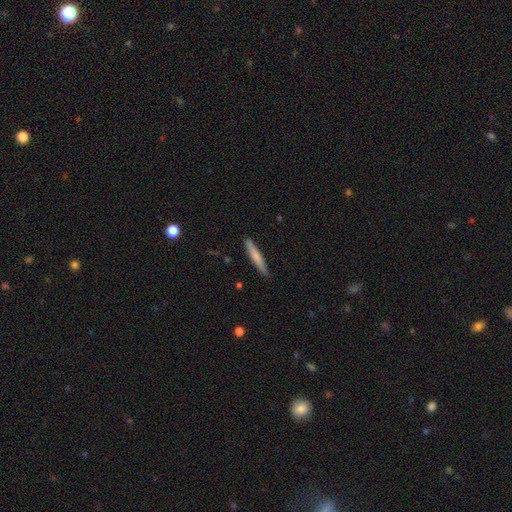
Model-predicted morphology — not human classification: A smooth galaxy with no disk features (70%) that is cigar-shaped (94%).

Vote fractions:
- Smooth or featured? smooth: 70% / featured or disk: 25% / star or artifact: 5%
- How rounded? cigar-shaped: 94% / in between: 5% / round: 1%
- Merging? none: 86% / minor disturbance: 11% / major disturbance: 2% / merger: 1%